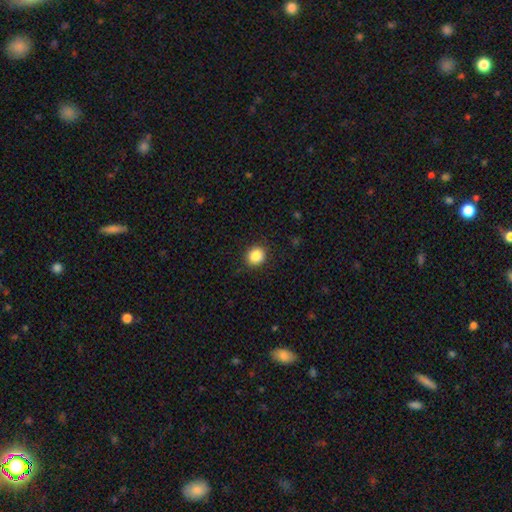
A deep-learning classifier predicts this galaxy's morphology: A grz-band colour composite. It shows a smooth galaxy with no disk features (86%) that is round (83%). Merging: none (90%).